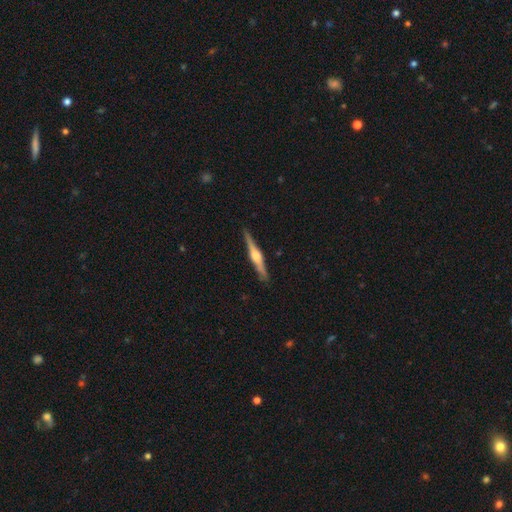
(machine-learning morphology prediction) smooth_or_featured: featured or disk (p=0.79) [alt: smooth p=0.16]
disk_edge_on: yes (p=0.98) [alt: no p=0.02]
edge_on_bulge: rounded (p=0.87) [alt: boxy p=0.10]
merging: none (p=0.90) [alt: minor disturbance p=0.07]